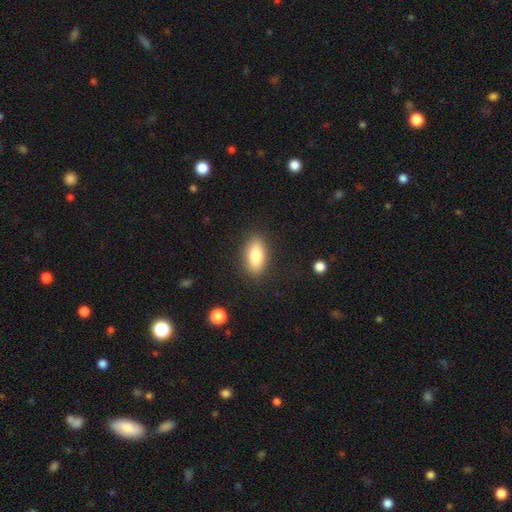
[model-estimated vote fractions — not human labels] Overall: smooth (82%). How rounded: in between (87%). Merging: none (87%).